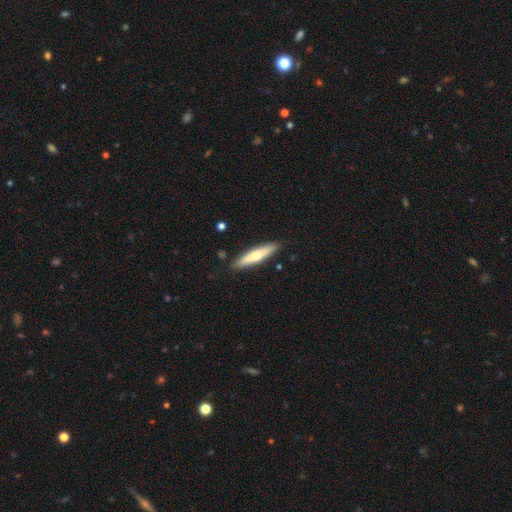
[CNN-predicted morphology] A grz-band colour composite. It shows a smooth galaxy with no disk features (52%) that is cigar-shaped (83%). Merging: none (88%).